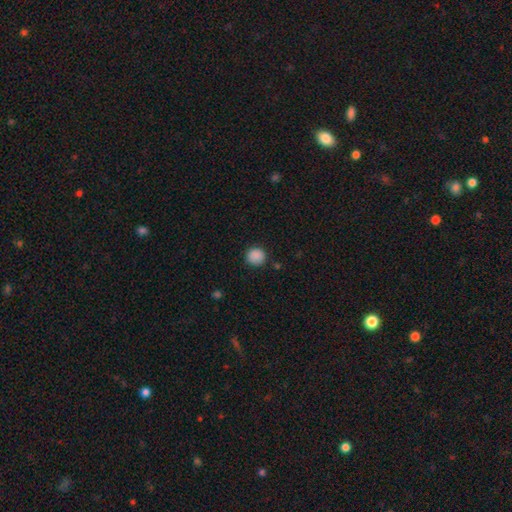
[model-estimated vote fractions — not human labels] Overall: smooth (88%). How rounded: round (91%). Merging: none (87%).